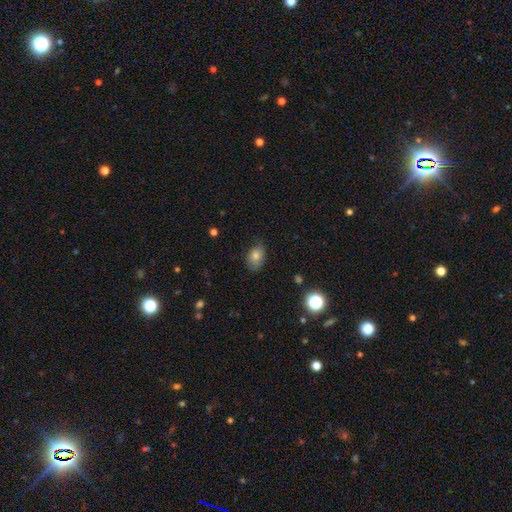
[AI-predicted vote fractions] Smooth or featured? smooth (77%)
How rounded? in between (81%)
Merging? none (69%)